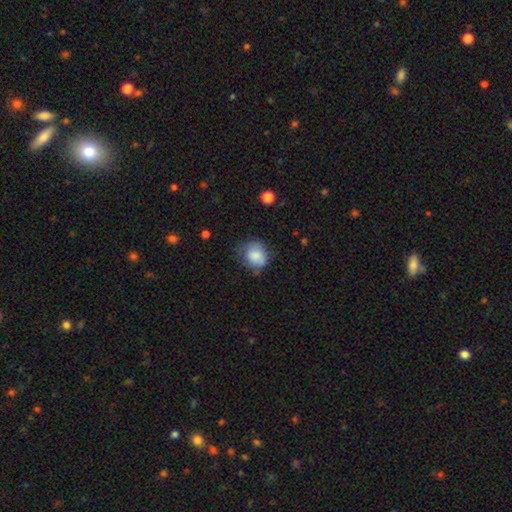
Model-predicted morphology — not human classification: Smooth or featured: smooth — 82% (featured or disk — 10%)
How rounded: round — 63% (in between — 36%)
Merging: none — 55% (minor disturbance — 32%)